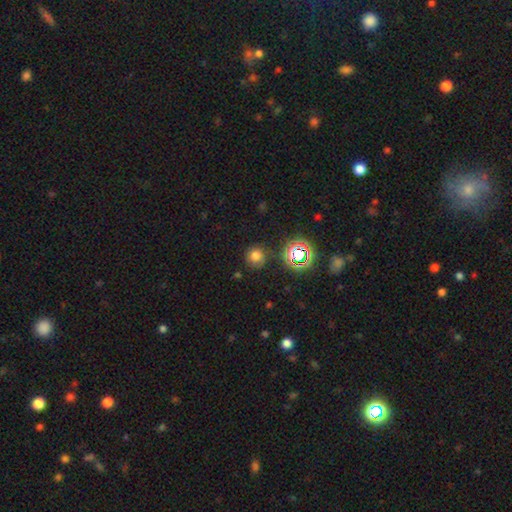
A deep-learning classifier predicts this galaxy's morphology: Overall: smooth (69%). How rounded: round (89%). Merging: none (78%).